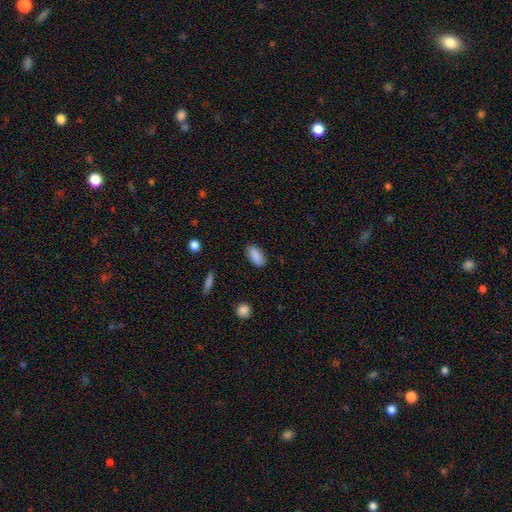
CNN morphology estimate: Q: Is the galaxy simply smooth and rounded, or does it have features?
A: smooth — 87%.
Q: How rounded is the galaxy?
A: in between — 87%.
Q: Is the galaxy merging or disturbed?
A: none — 86%.